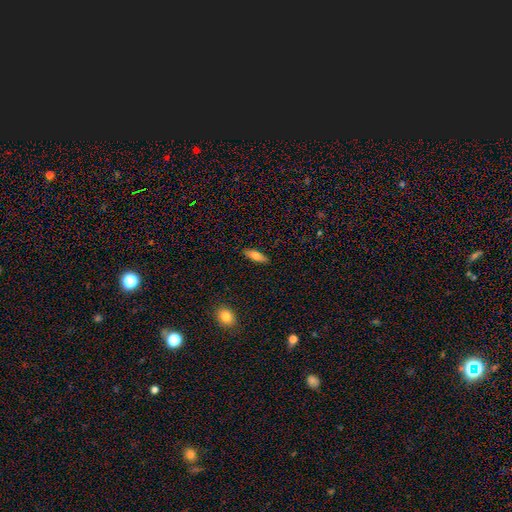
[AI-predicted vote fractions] Overall: smooth (75%). How rounded: in between (50%; cigar-shaped 48%). Merging: none (88%).